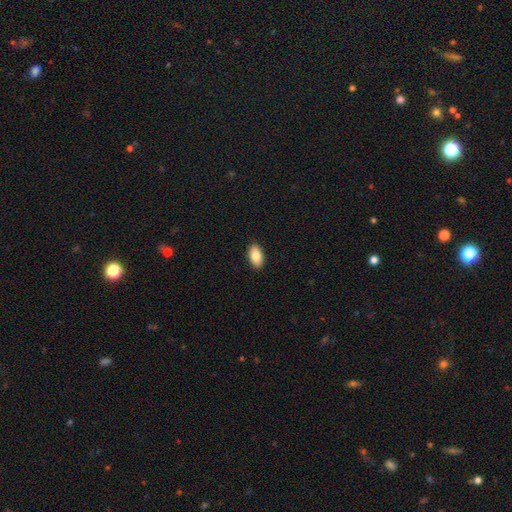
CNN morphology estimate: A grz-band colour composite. It shows a smooth galaxy with no disk features (85%) that is in between round and cigar-shaped (94%). Merging: none (91%).